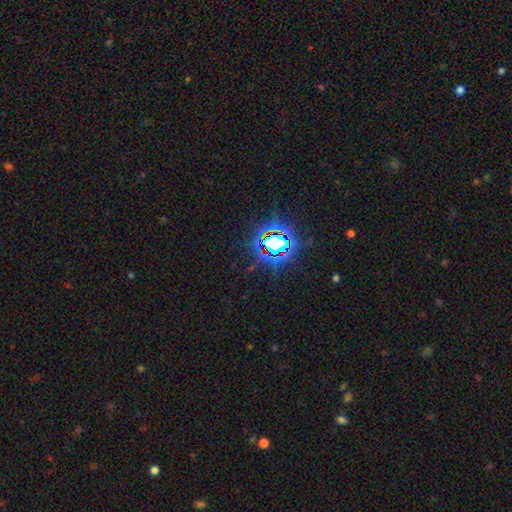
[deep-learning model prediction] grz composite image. It shows a star or artifact, not a galaxy (82%).